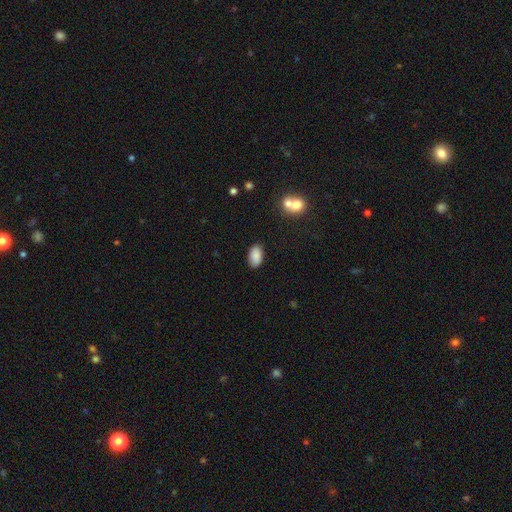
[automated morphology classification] smooth 88%, star or artifact 7%, featured or disk 5%. Down the decision tree: how rounded — in between (94%); merging — none (86%).